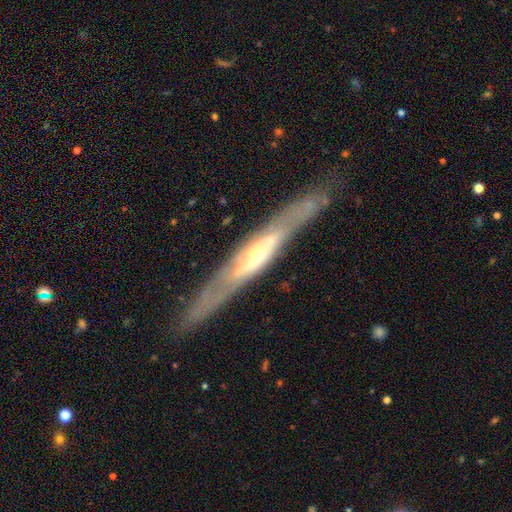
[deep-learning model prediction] A featured or disk galaxy (76%) viewed edge-on (76%) with a rounded central bulge (73%). Merging: none (79%).